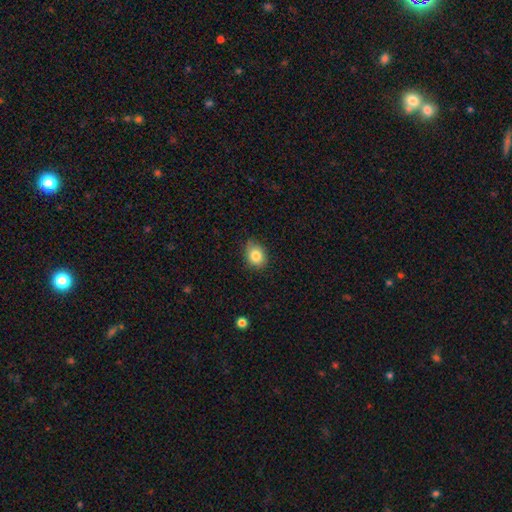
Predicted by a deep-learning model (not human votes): A smooth galaxy with no disk features (83%) that is in between round and cigar-shaped (61%).

Vote fractions:
- Smooth or featured? smooth: 83% / star or artifact: 9% / featured or disk: 8%
- How rounded? in between: 61% / round: 38% / cigar-shaped: 1%
- Merging? none: 73% / minor disturbance: 23% / major disturbance: 3% / merger: 1%